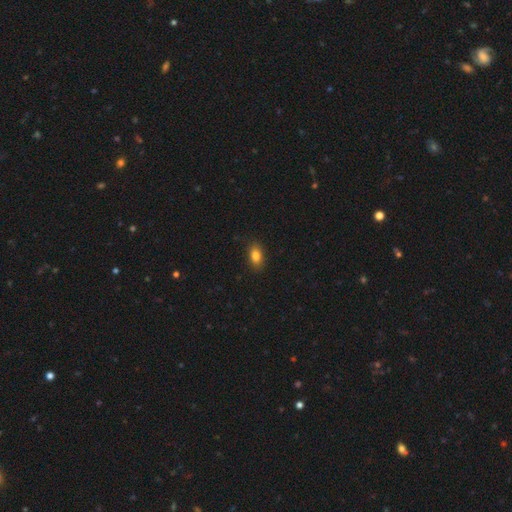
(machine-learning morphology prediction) Q: Smooth or featured?
A: smooth (84%); runner-up: star or artifact (9%)
Q: How rounded?
A: in between (85%); runner-up: round (13%)
Q: Merging?
A: none (87%); runner-up: minor disturbance (9%)